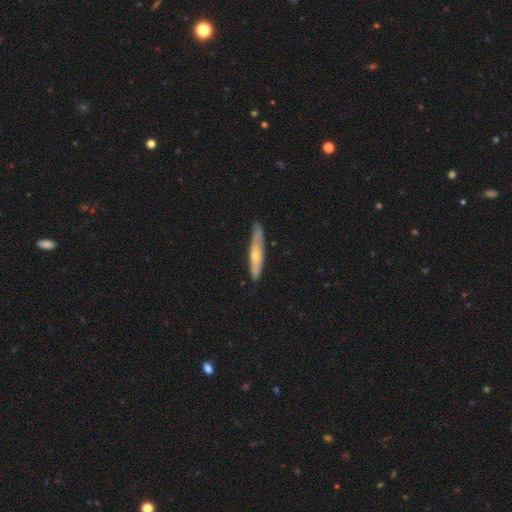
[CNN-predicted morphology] smooth-or-featured: featured or disk: 48% | smooth: 47% | star or artifact: 6%
  merging: none: 81% | minor disturbance: 15% | major disturbance: 2% | merger: 1%